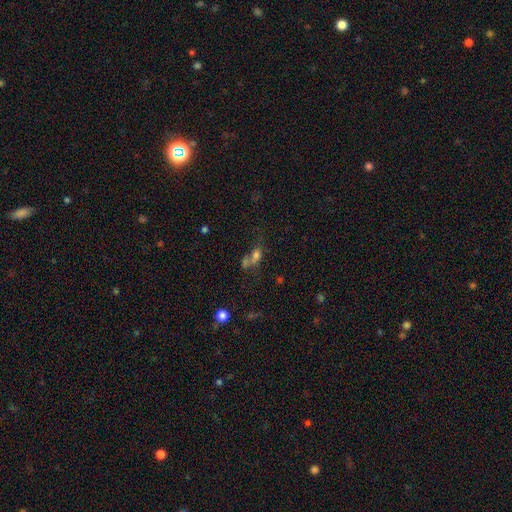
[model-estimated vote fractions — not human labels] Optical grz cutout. It shows a smooth galaxy with no disk features (43%). Merging: merger (39%).